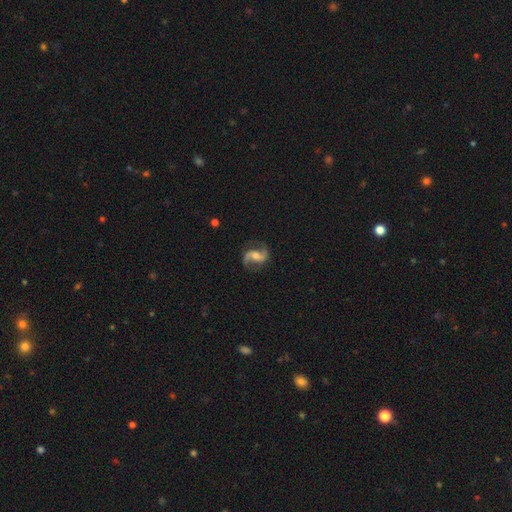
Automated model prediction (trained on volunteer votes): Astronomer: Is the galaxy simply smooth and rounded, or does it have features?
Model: featured or disk — 88%.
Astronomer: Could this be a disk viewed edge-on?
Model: no — 98%.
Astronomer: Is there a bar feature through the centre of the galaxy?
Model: weak — 43% (runner-up: no, 31%).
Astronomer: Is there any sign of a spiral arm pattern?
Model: yes — 97%.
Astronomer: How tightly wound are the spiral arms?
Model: loose — 52% (runner-up: medium, 40%).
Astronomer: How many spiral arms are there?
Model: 2 — 94%.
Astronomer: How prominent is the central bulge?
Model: moderate — 55% (runner-up: small, 34%).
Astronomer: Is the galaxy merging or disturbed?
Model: none — 82%.